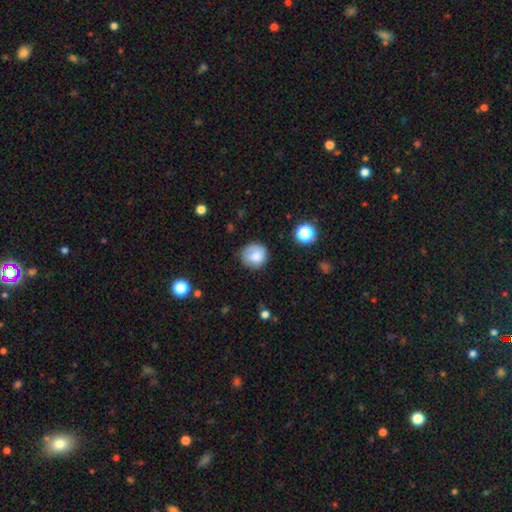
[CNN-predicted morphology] Smooth or featured? Predicted: smooth (p=0.79). How rounded? Predicted: round (p=0.88). Merging? Predicted: none (p=0.75).